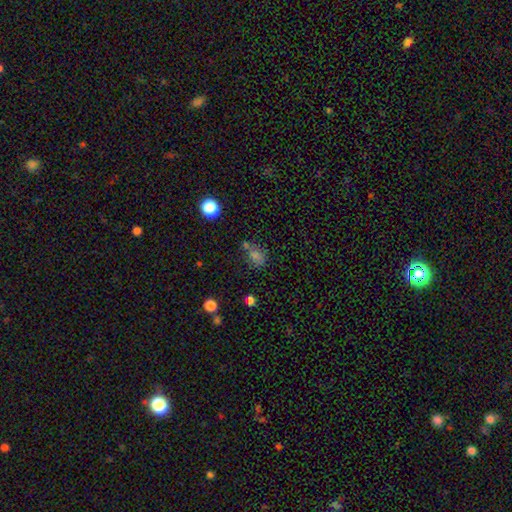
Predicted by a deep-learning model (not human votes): Overall: smooth (72%). How rounded: in between (51%; round 47%). Merging: none (56%; merger 21%).